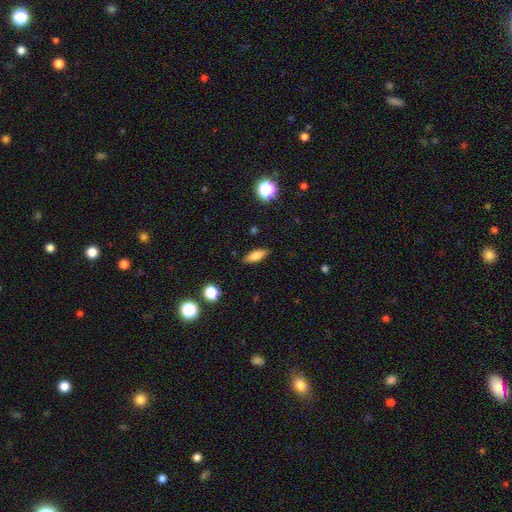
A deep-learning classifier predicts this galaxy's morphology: type=smooth (74%); roundness=in between (67%); merging=none (87%).